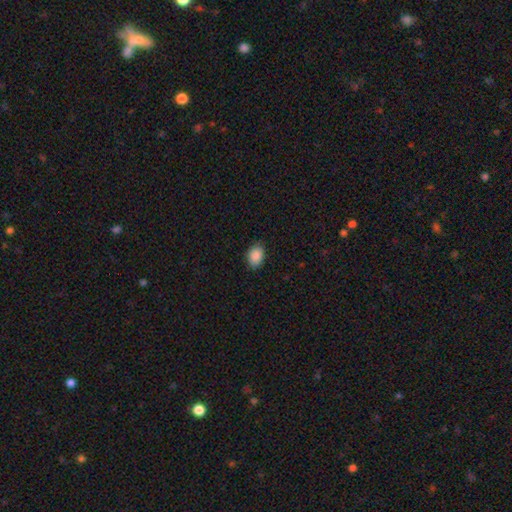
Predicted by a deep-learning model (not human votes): Morphology: type=smooth (89%); roundness=in between (79%); merging=none (84%).